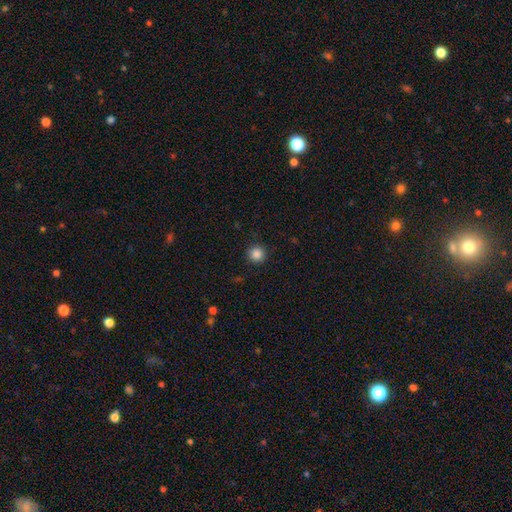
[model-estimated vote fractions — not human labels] This appears to be a smooth galaxy with no disk features (86%) that is round (95%). Merging: none (92%).